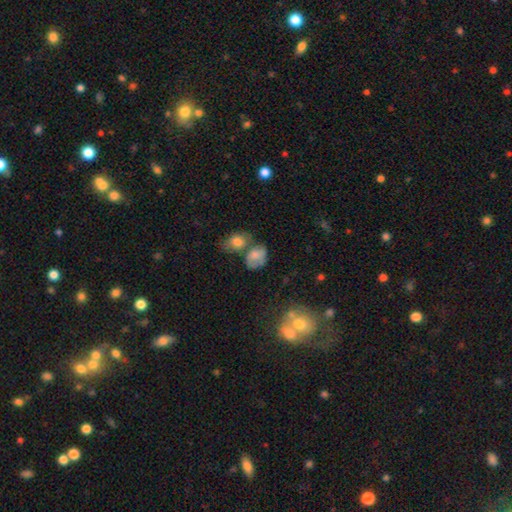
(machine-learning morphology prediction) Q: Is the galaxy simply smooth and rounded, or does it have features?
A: smooth — 67%.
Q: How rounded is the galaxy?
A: in between — 65%.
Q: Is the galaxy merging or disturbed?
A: merger — 37%.